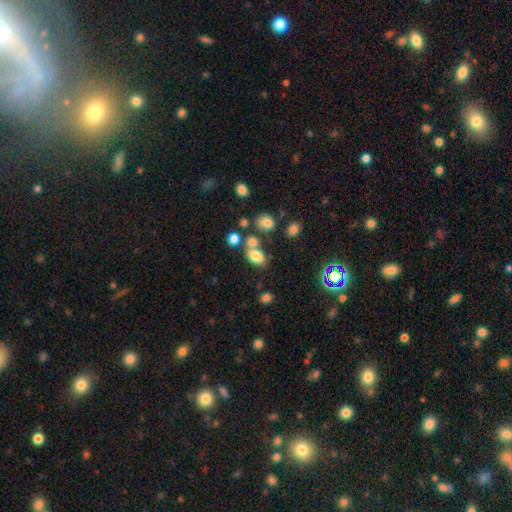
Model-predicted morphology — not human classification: Smooth or featured?
  - smooth: 78% *
  - star or artifact: 12%
  - featured or disk: 10%
How rounded?
  - in between: 85% *
  - round: 13%
  - cigar-shaped: 2%
Merging?
  - none: 53% *
  - merger: 29%
  - minor disturbance: 13%
  - major disturbance: 6%